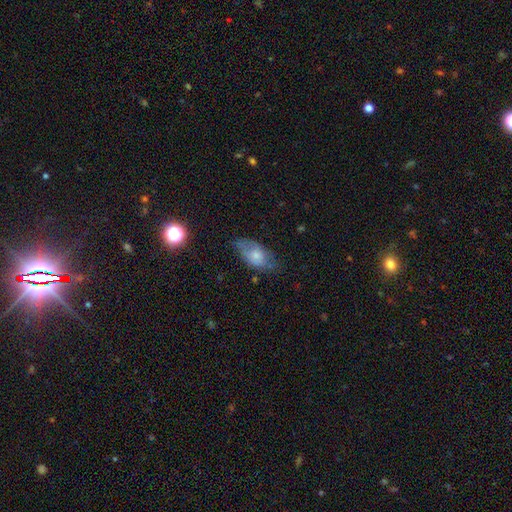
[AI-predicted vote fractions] Smooth or featured? Predicted: smooth (p=0.58). How rounded? Predicted: in between (p=0.90). Merging? Predicted: none (p=0.54).